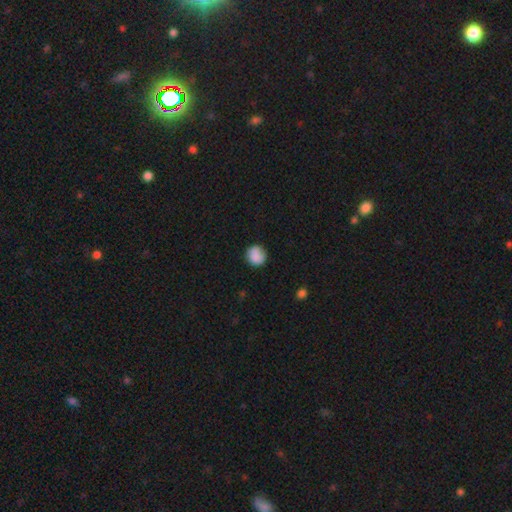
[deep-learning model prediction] smooth 83%, featured or disk 9%, star or artifact 8%. Down the decision tree: how rounded — round (88%); merging — none (79%).